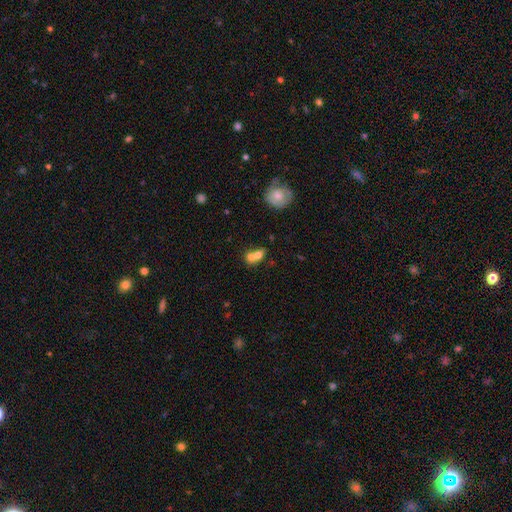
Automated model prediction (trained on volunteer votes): A smooth galaxy with no disk features (70%) that is round (56%).

Vote fractions:
- Smooth or featured? smooth: 70% / featured or disk: 21% / star or artifact: 10%
- How rounded? round: 56% / in between: 41% / cigar-shaped: 2%
- Merging? merger: 67% / none: 24% / minor disturbance: 6% / major disturbance: 3%